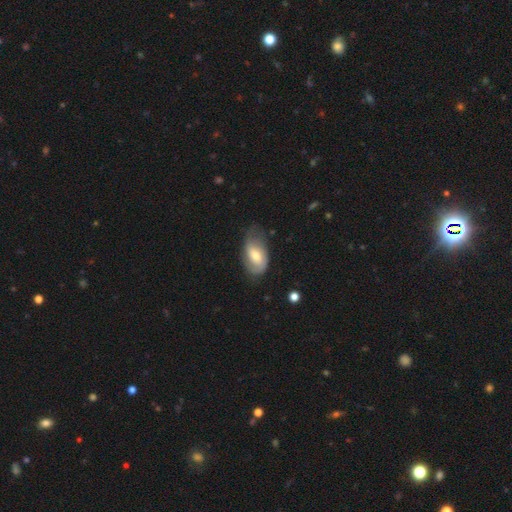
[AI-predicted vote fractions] A smooth galaxy with no disk features (49%).

Vote fractions:
- Smooth or featured? smooth: 49% / featured or disk: 44% / star or artifact: 6%
- Merging? none: 48% / minor disturbance: 34% / major disturbance: 16% / merger: 2%